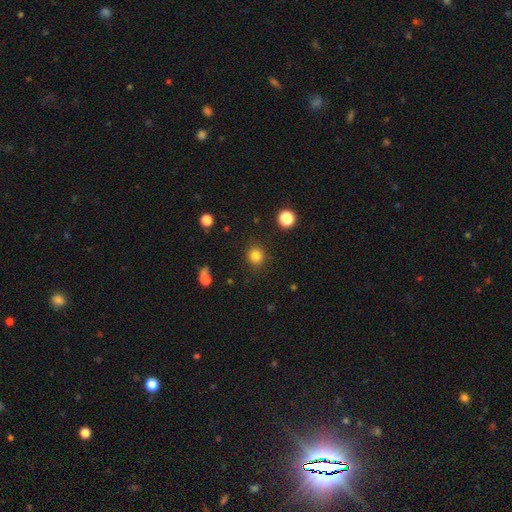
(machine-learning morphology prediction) smooth_or_featured: smooth (p=0.83) [alt: star or artifact p=0.12]
how_rounded: round (p=0.87) [alt: in between p=0.12]
merging: none (p=0.89) [alt: minor disturbance p=0.07]